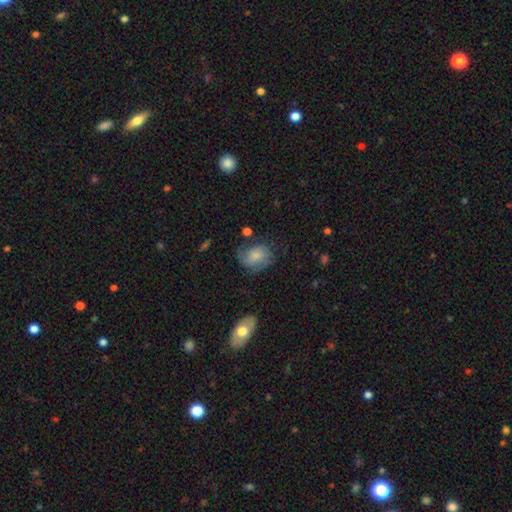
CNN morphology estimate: Smooth or featured? Predicted: smooth (p=0.49). Merging? Predicted: none (p=0.50).